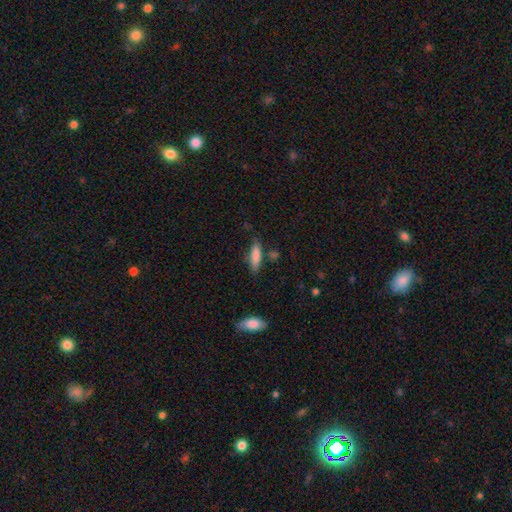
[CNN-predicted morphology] Overall: smooth (81%). How rounded: cigar-shaped (68%; in between 30%). Merging: none (74%).